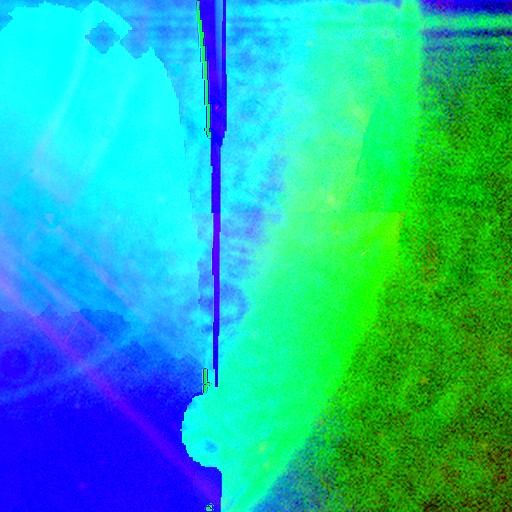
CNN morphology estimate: This is likely a star or artifact rather than a galaxy (80%).